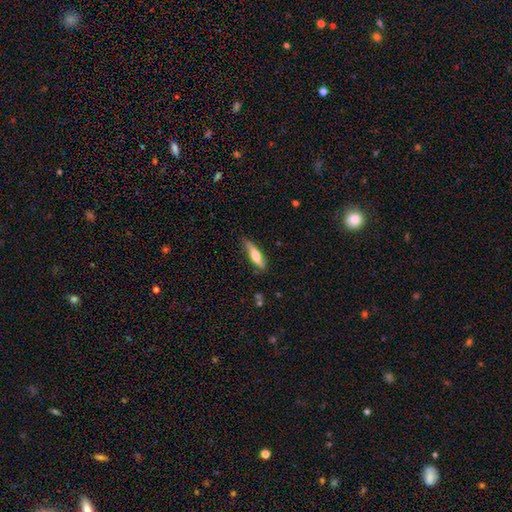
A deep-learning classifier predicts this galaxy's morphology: The model was most divided on "smooth or featured": smooth: 58%, featured or disk: 36%, star or artifact: 6%. More confident: merging — none (72%); how rounded — cigar-shaped (70%).